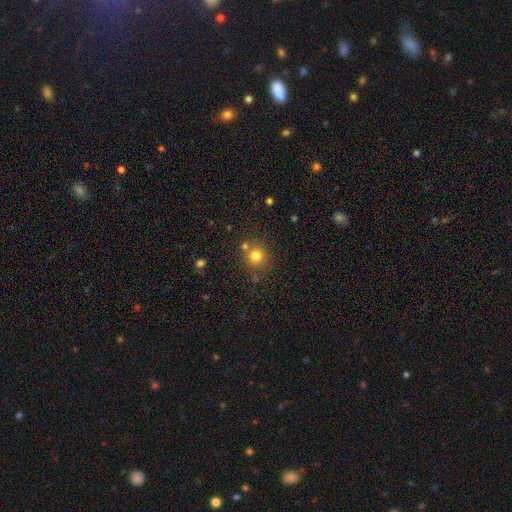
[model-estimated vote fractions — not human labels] This is likely a smooth galaxy (79%). How rounded: clearly round (92%). Merging: likely none (77%).